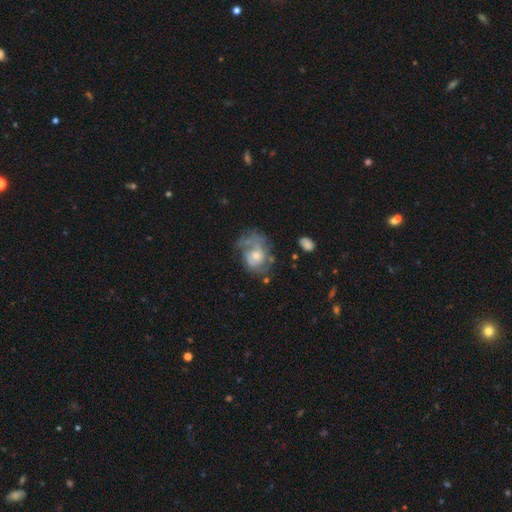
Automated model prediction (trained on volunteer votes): Smooth or featured?
  - featured or disk: 70% *
  - smooth: 23%
  - star or artifact: 7%
Edge-on disk?
  - no: 97% *
  - yes: 3%
Bar?
  - no: 75% *
  - weak: 22%
  - strong: 3%
Spiral arms?
  - yes: 76% *
  - no: 24%
Spiral winding?
  - medium: 39% * (tied)
  - tight: 39% * (tied)
  - loose: 22%
Spiral arm count?
  - 2: 39% *
  - can't tell: 27%
  - 1: 24%
  - 3: 5%
  - 4: 2%
  - more than 4: 2%
Bulge size?
  - moderate: 55% *
  - small: 28%
  - large: 12%
  - none: 4%
  - dominant: 2%
Merging?
  - none: 43% *
  - major disturbance: 29%
  - minor disturbance: 24%
  - merger: 4%